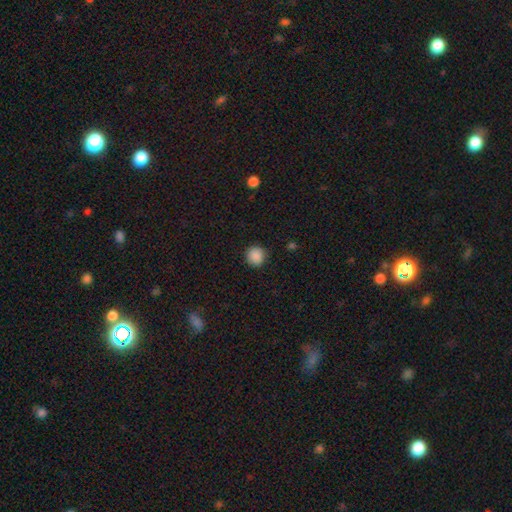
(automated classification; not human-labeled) Smooth or featured? smooth (88%)
How rounded? round (94%)
Merging? none (90%)